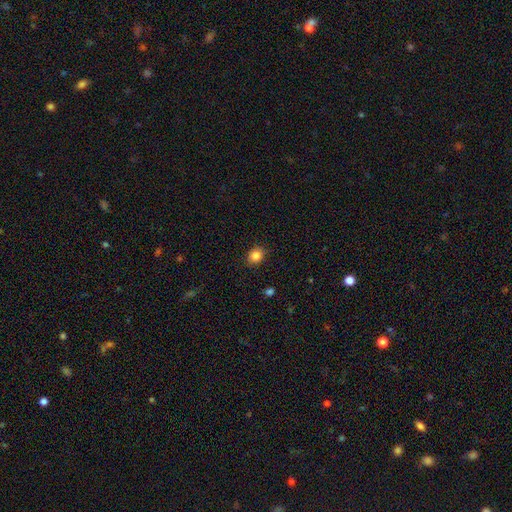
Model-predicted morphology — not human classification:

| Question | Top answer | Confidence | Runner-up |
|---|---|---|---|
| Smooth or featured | smooth | 85% | star or artifact (11%) |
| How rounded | round | 67% | in between (32%) |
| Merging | none | 88% | minor disturbance (9%) |